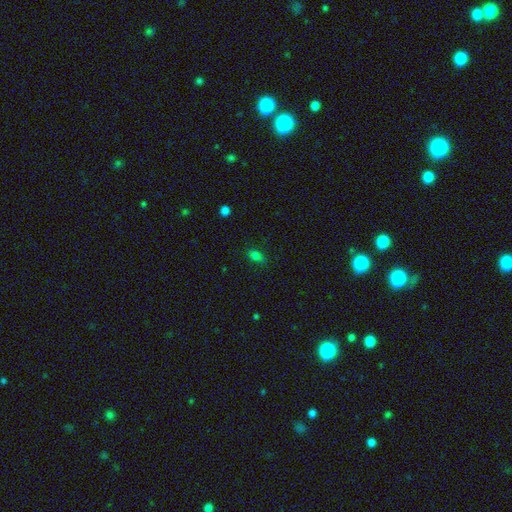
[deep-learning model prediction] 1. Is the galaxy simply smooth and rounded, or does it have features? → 77% smooth, 16% star or artifact, 7% featured or disk.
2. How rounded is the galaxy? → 78% in between, 18% round, 4% cigar-shaped.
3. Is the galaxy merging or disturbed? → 82% none, 14% minor disturbance, 3% major disturbance, 2% merger.